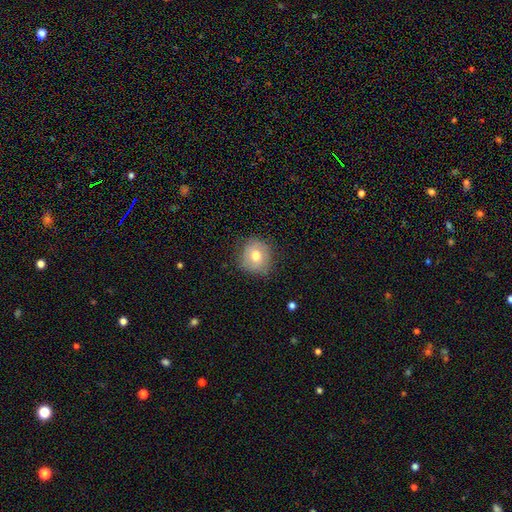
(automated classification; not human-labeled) Smooth or featured? Predicted: smooth (p=0.70). How rounded? Predicted: round (p=0.83). Merging? Predicted: none (p=0.74).